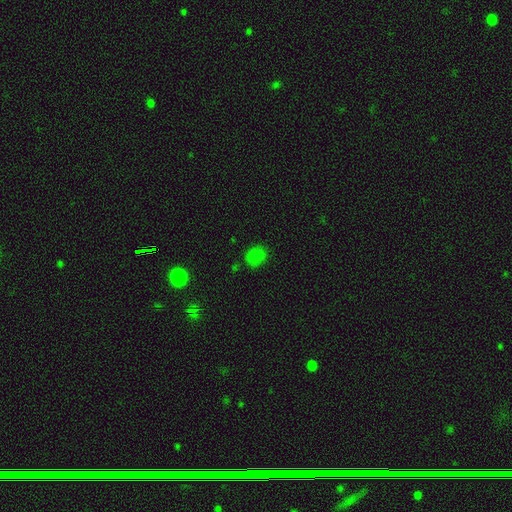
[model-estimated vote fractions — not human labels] Overall: smooth (75%). How rounded: in between (50%; round 49%). Merging: none (75%).